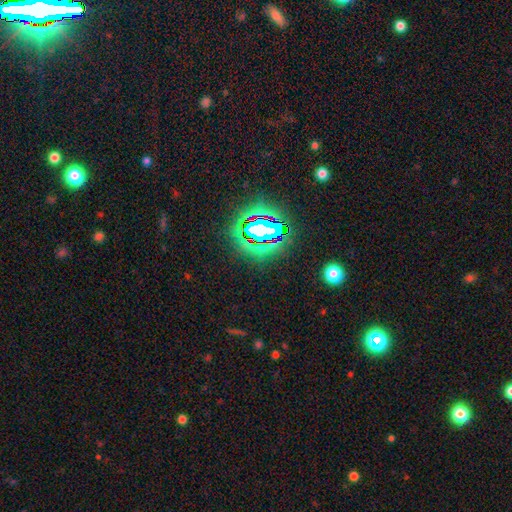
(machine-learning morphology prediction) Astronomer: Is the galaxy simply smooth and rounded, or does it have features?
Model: star or artifact — 80%.